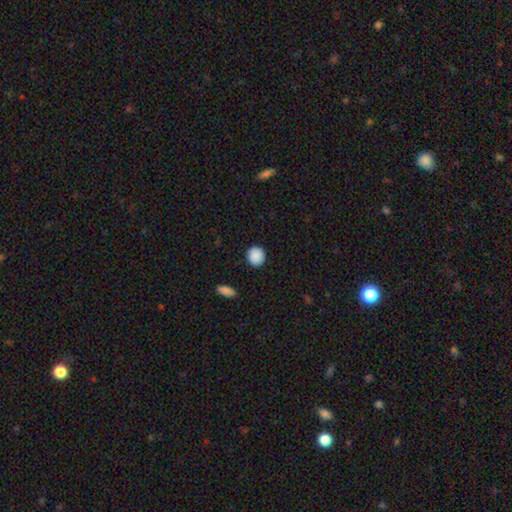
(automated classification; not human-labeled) The model was most divided on "how rounded": round: 89%, in between: 10%, cigar-shaped: 1%. More confident: merging — none (92%); smooth or featured — smooth (89%).